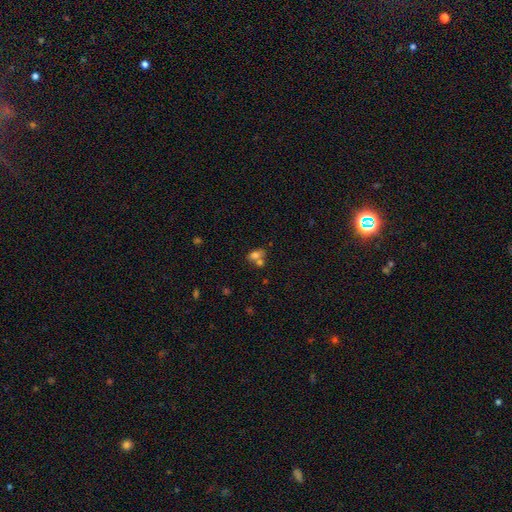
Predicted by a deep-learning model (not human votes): A smooth galaxy with no disk features (70%) that is in between round and cigar-shaped (68%). Merging: merger (49%).